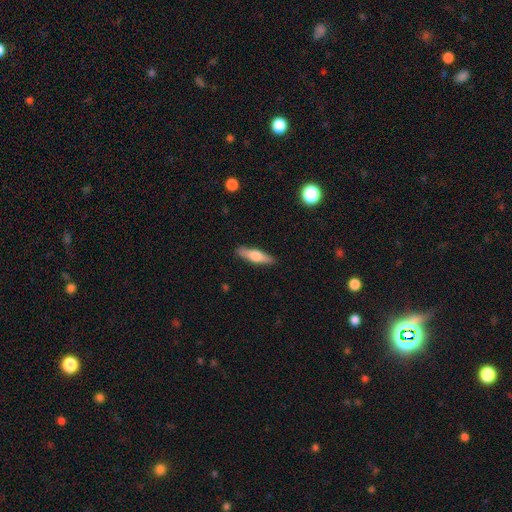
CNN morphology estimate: Overall: smooth (56%; featured or disk 38%). How rounded: cigar-shaped (65%; in between 33%). Merging: none (89%).